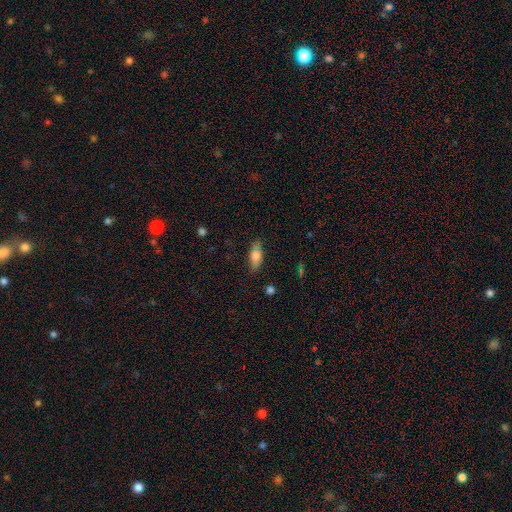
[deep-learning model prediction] Smooth or featured? Predicted: smooth (p=0.72). How rounded? Predicted: in between (p=0.77). Merging? Predicted: none (p=0.74).